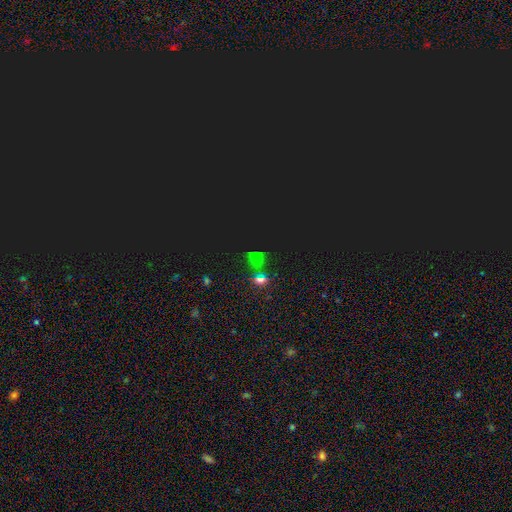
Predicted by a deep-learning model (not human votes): Morphology: type=star or artifact (67%).